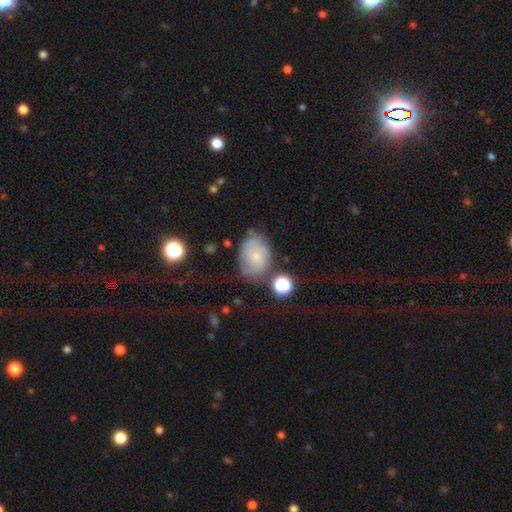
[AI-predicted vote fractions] A smooth galaxy with no disk features (52%) that is in between round and cigar-shaped (74%). Merging: none (57%).